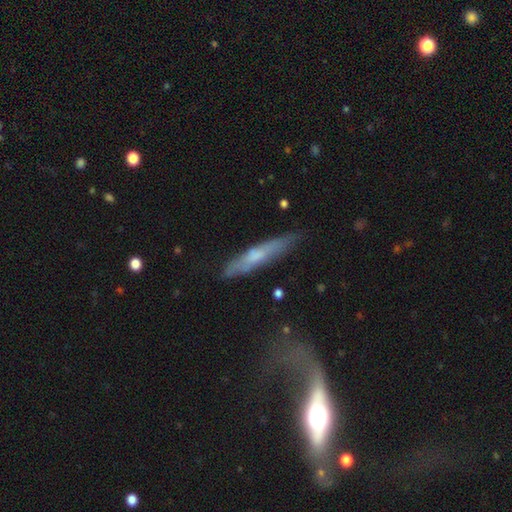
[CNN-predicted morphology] Smooth or featured? smooth (49%)
Merging? none (78%)